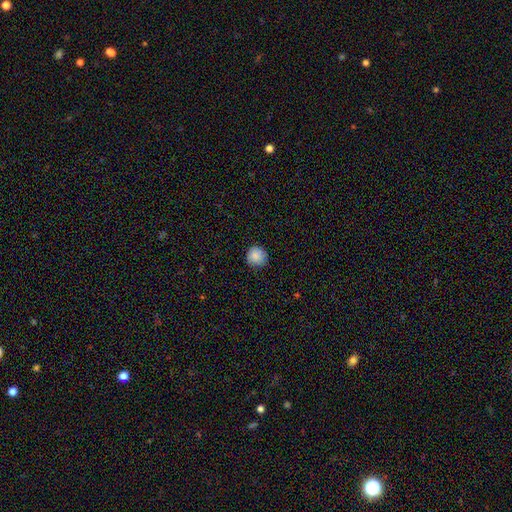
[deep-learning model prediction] smooth_or_featured: smooth (p=0.87) [alt: star or artifact p=0.09]
how_rounded: round (p=0.94) [alt: in between p=0.05]
merging: none (p=0.87) [alt: minor disturbance p=0.10]